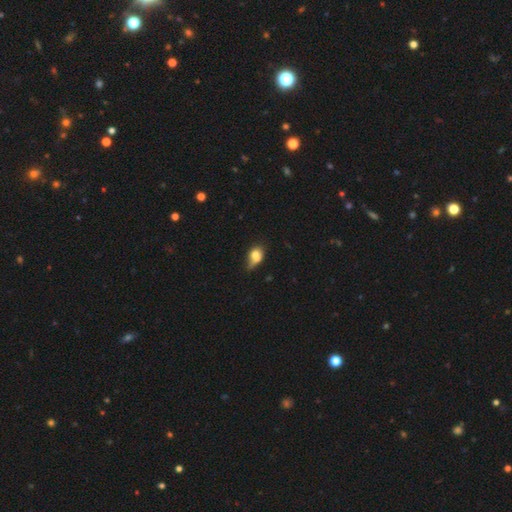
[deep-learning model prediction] This is likely a smooth galaxy (70%). How rounded: likely in between (64%). Merging: marginally minor disturbance (30%).